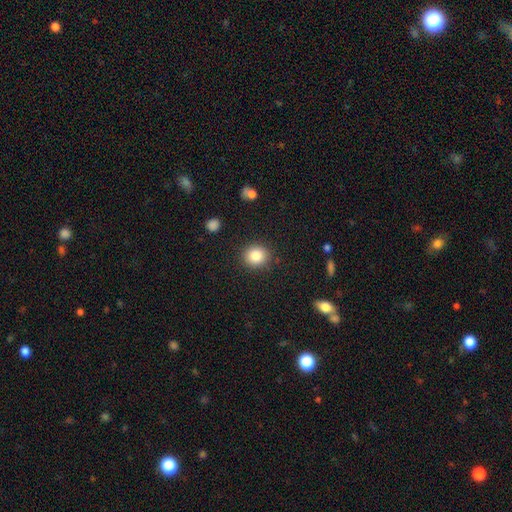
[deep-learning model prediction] This is clearly a smooth galaxy (84%). How rounded: clearly round (83%). Merging: clearly none (89%).